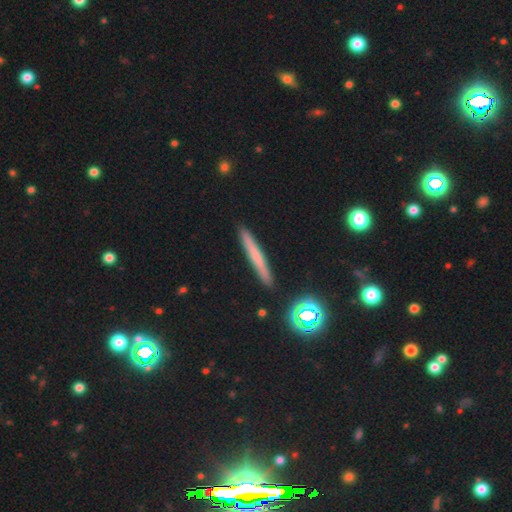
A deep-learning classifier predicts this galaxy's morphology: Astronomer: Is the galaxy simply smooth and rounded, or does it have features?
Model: smooth — 57%.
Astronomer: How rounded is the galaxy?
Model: cigar-shaped — 95%.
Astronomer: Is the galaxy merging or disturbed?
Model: none — 92%.